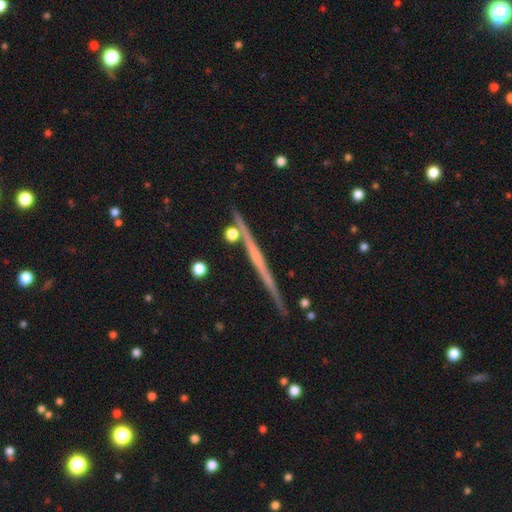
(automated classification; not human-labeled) A featured or disk galaxy (67%) viewed edge-on (98%) with no central bulge (85%).

Vote fractions:
- Smooth or featured? featured or disk: 67% / smooth: 26% / star or artifact: 7%
- Edge-on disk? yes: 98% / no: 2%
- Edge-on bulge? none: 85% / rounded: 11% / boxy: 5%
- Merging? none: 87% / minor disturbance: 8% / merger: 3% / major disturbance: 2%